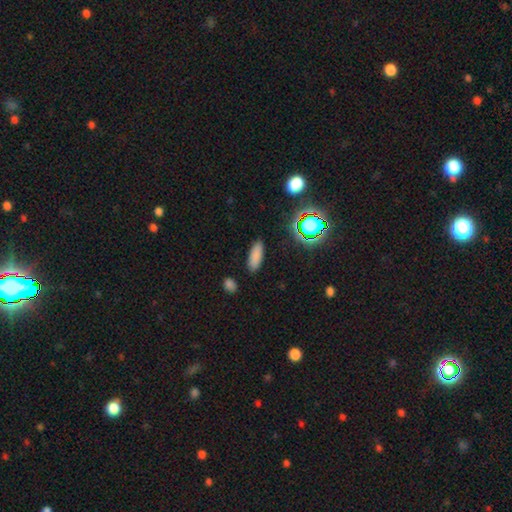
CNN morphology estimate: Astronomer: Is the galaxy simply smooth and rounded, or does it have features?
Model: smooth — 82%.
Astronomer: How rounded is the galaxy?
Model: in between — 65%.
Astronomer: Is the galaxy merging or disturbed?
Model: none — 88%.